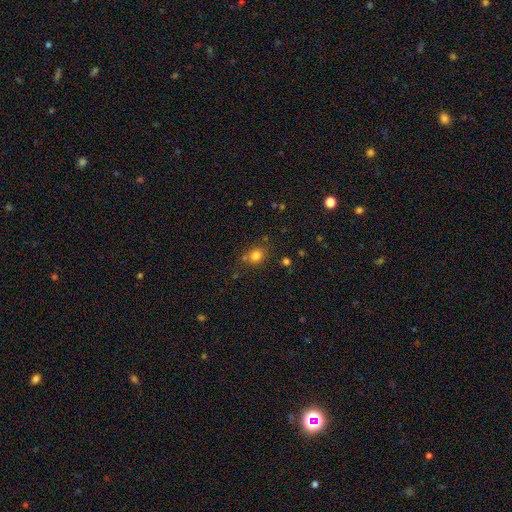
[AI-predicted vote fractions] This is likely a smooth galaxy (78%). How rounded: likely round (72%). Merging: likely none (70%).